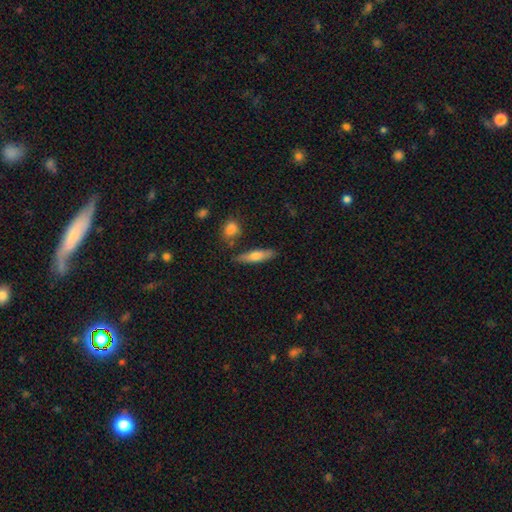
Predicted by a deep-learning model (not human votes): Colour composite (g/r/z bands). It shows a smooth galaxy with no disk features (65%) that is cigar-shaped (67%). Merging: none (80%).